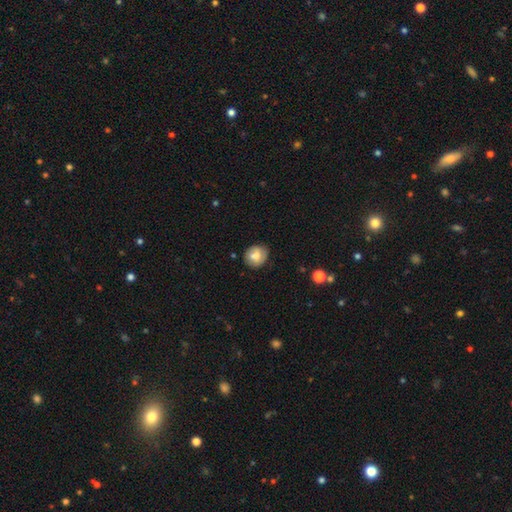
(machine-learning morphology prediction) smooth 70%, featured or disk 22%, star or artifact 9%. Down the decision tree: how rounded — round (78%); merging — none (73%).